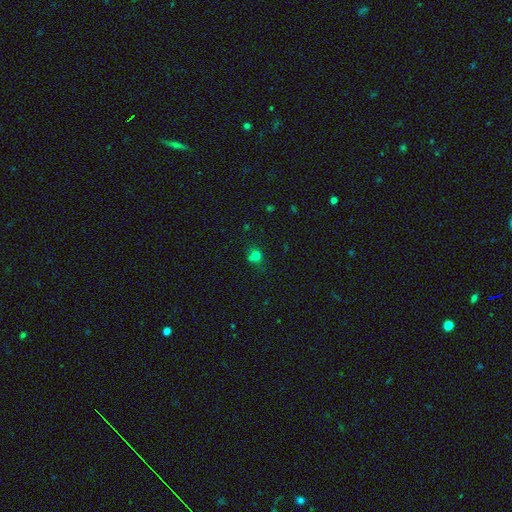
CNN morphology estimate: type=smooth (74%); roundness=round (79%); merging=none (58%).